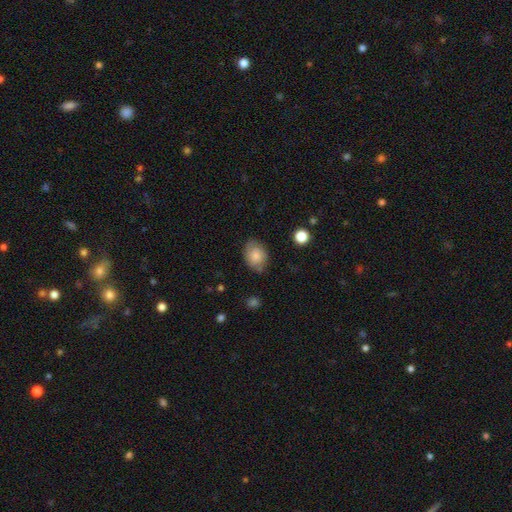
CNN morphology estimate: Smooth or featured?
  - smooth: 73% *
  - featured or disk: 19%
  - star or artifact: 8%
How rounded?
  - in between: 68% *
  - round: 31%
  - cigar-shaped: 1%
Merging?
  - none: 71% *
  - minor disturbance: 21%
  - major disturbance: 5%
  - merger: 2%